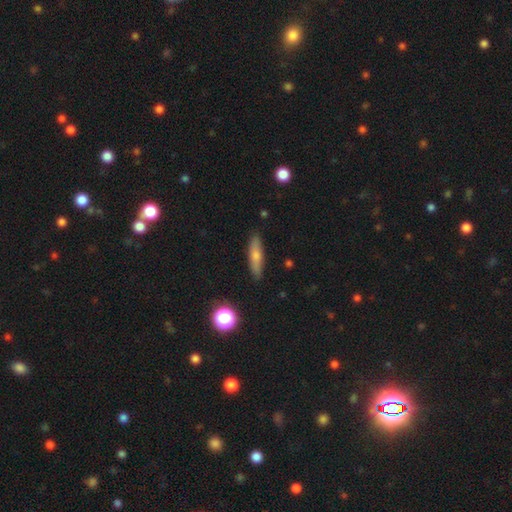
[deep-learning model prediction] Overall: smooth (66%; featured or disk 26%). How rounded: cigar-shaped (72%). Merging: none (87%).